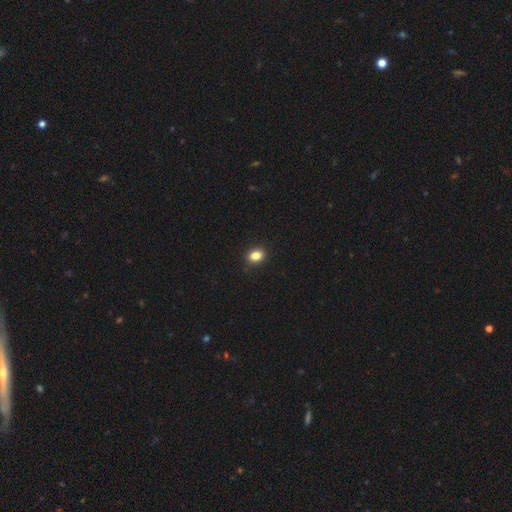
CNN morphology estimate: Smooth or featured?
  - smooth: 84% *
  - star or artifact: 10%
  - featured or disk: 5%
How rounded?
  - in between: 62% *
  - round: 36%
  - cigar-shaped: 1%
Merging?
  - none: 90% *
  - minor disturbance: 7%
  - major disturbance: 2%
  - merger: 1%